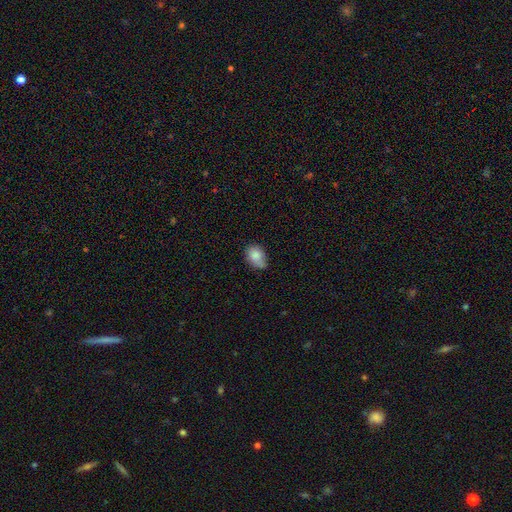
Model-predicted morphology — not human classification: smooth 83%, featured or disk 8%, star or artifact 8%. Down the decision tree: how rounded — in between (73%); merging — none (52%).